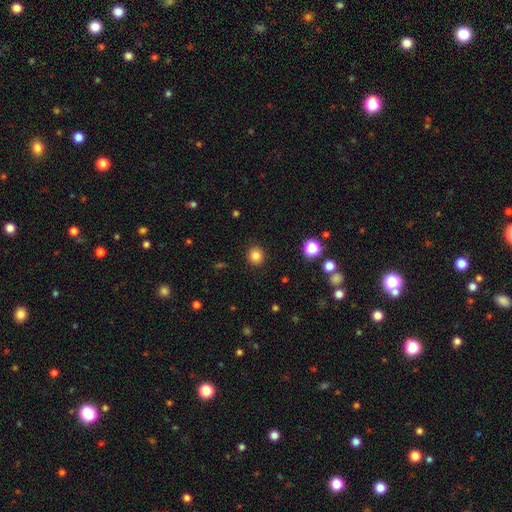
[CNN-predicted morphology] This is clearly a smooth galaxy (83%). How rounded: clearly round (90%). Merging: clearly none (92%).